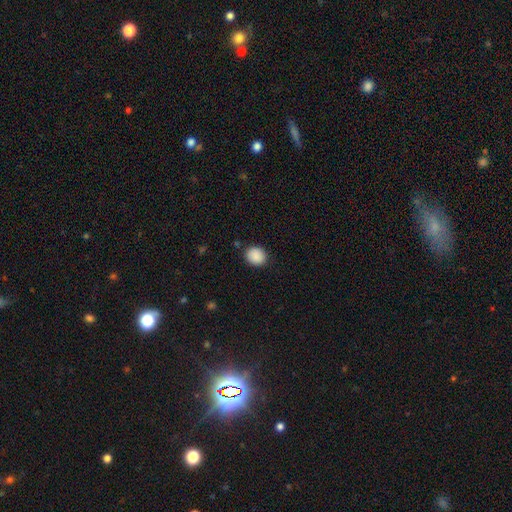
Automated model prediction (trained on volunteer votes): A smooth galaxy with no disk features (90%) that is round (70%).

Vote fractions:
- Smooth or featured? smooth: 90% / star or artifact: 8% / featured or disk: 3%
- How rounded? round: 70% / in between: 29% / cigar-shaped: 1%
- Merging? none: 88% / minor disturbance: 9% / major disturbance: 2% / merger: 1%